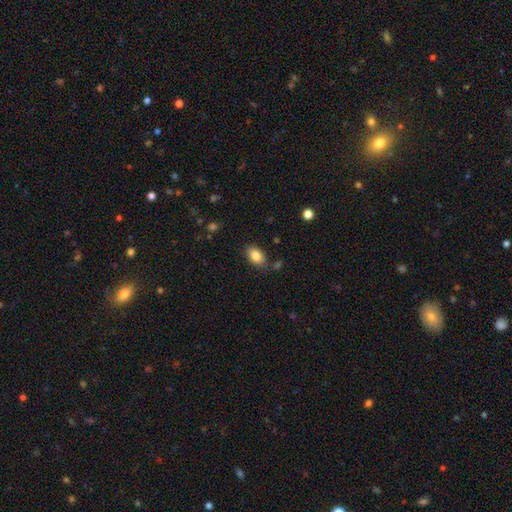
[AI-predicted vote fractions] smooth 86%, star or artifact 8%, featured or disk 7%. Down the decision tree: how rounded — in between (89%); merging — none (80%).